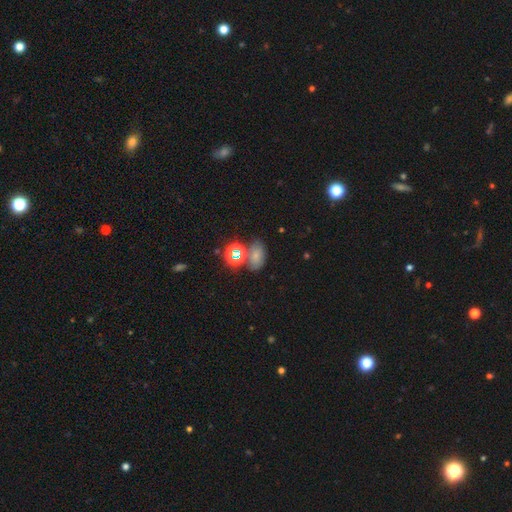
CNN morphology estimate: smooth-or-featured: smooth: 61% | star or artifact: 27% | featured or disk: 12%
  how-rounded: in between: 79% | round: 19% | cigar-shaped: 2%
  merging: none: 62% | merger: 17% | minor disturbance: 15% | major disturbance: 6%